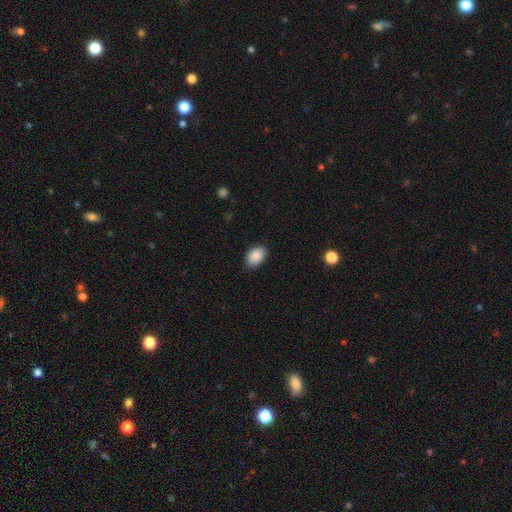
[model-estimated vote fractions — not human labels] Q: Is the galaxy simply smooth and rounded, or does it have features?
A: smooth — 90%.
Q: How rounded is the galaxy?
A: in between — 84%.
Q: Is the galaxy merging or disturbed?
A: none — 86%.